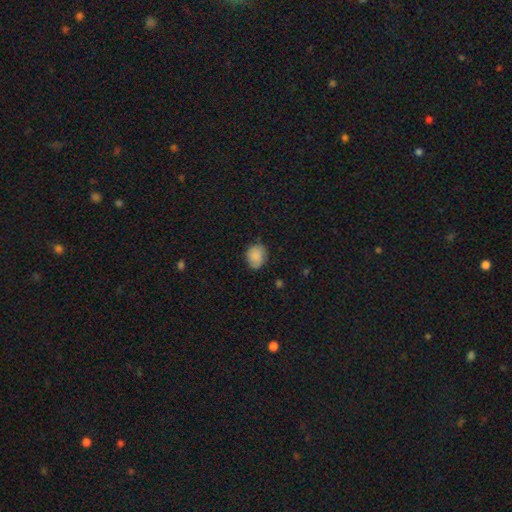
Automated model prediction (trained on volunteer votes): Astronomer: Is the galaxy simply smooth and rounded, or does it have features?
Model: smooth — 87%.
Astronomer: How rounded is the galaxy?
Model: in between — 51% (runner-up: round, 48%).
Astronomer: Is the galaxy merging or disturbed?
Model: none — 74%.